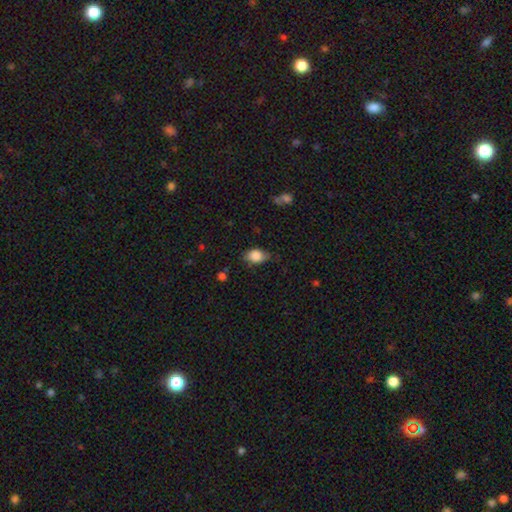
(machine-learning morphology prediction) Q: Smooth or featured?
A: smooth (85%); runner-up: star or artifact (8%)
Q: How rounded?
A: in between (81%); runner-up: round (18%)
Q: Merging?
A: none (68%); runner-up: minor disturbance (25%)